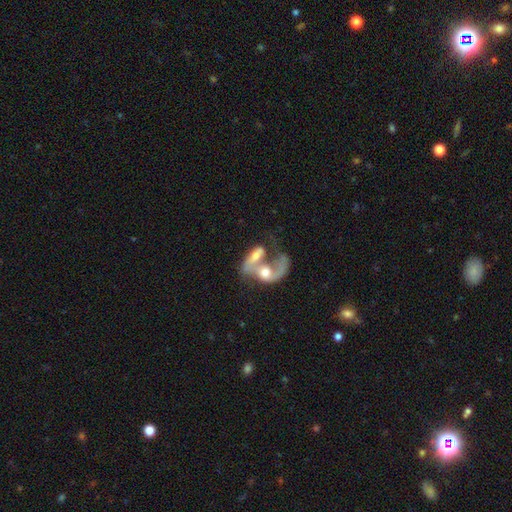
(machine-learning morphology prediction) Smooth or featured? featured or disk (57%)
Edge-on disk? no (93%)
Bar? no (70%)
Spiral arms? yes (54%)
Bulge size? moderate (58%)
Merging? merger (79%)